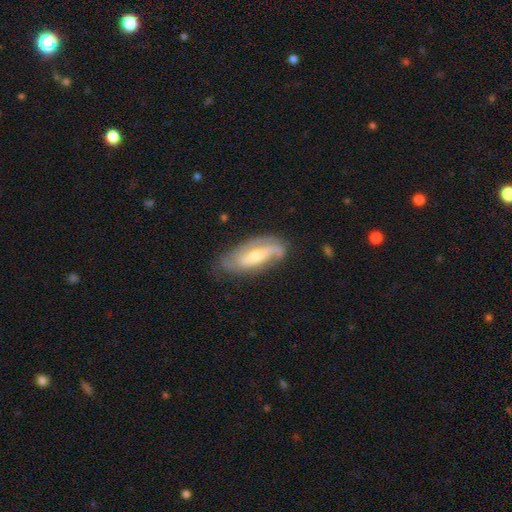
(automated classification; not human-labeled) smooth_or_featured: featured or disk (p=0.75) [alt: smooth p=0.19]
disk_edge_on: no (p=0.88) [alt: yes p=0.12]
bar: weak (p=0.38) [tied with: no p=0.38]
has_spiral_arms: yes (p=0.91) [alt: no p=0.09]
spiral_winding: medium (p=0.42) [alt: tight p=0.33]
spiral_arm_count: 2 (p=0.63) [alt: can't tell p=0.17]
bulge_size: moderate (p=0.50) [alt: small p=0.42]
merging: none (p=0.68) [alt: minor disturbance p=0.22]